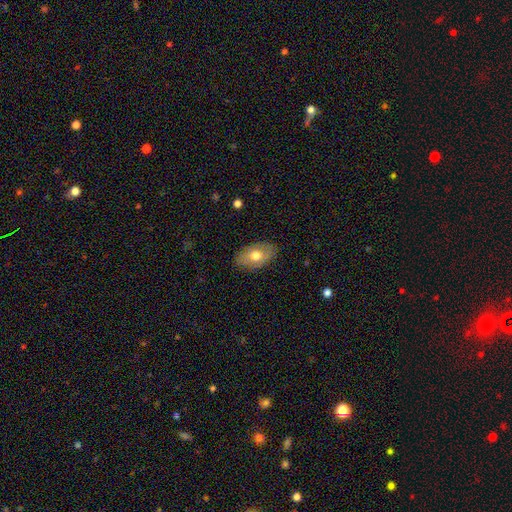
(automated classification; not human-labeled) smooth_or_featured: smooth (p=0.67) [alt: featured or disk p=0.26]
how_rounded: in between (p=0.91) [alt: round p=0.07]
merging: none (p=0.84) [alt: minor disturbance p=0.12]